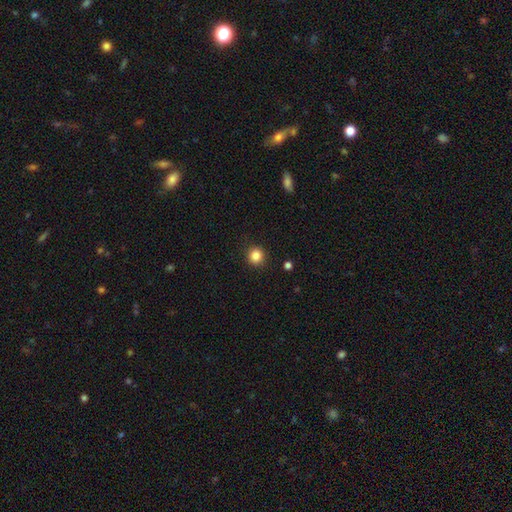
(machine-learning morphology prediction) Smooth or featured? Predicted: smooth (p=0.85). How rounded? Predicted: round (p=0.92). Merging? Predicted: none (p=0.91).